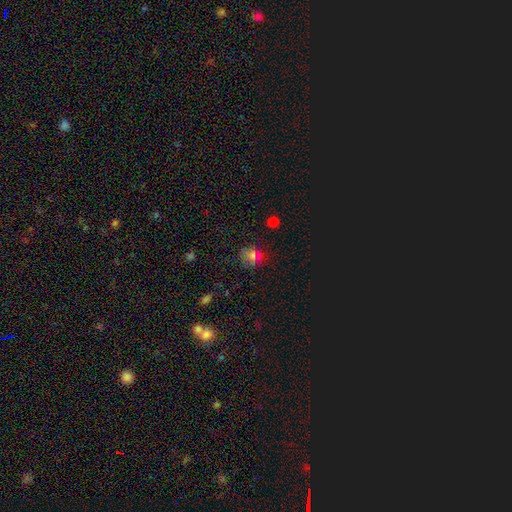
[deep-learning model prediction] A smooth galaxy with no disk features (66%) that is round (74%).

Vote fractions:
- Smooth or featured? smooth: 66% / star or artifact: 25% / featured or disk: 9%
- How rounded? round: 74% / in between: 24% / cigar-shaped: 1%
- Merging? none: 77% / minor disturbance: 15% / major disturbance: 5% / merger: 3%